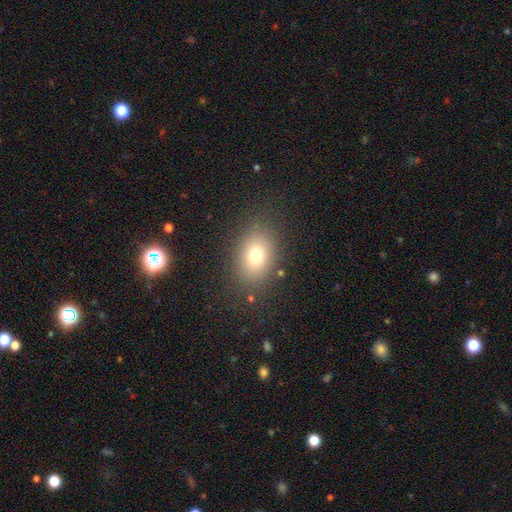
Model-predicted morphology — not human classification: This is likely a smooth galaxy (75%). How rounded: likely in between (70%). Merging: clearly none (84%).